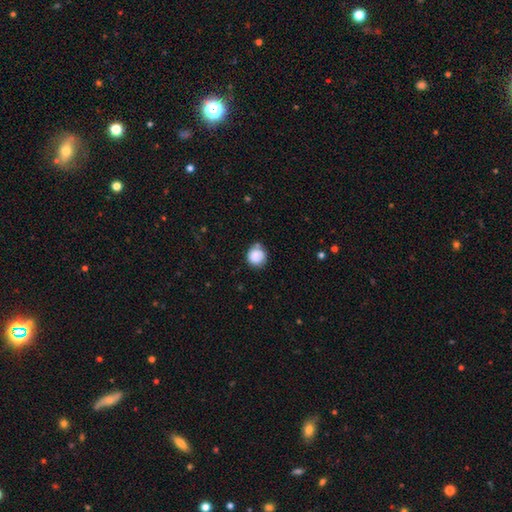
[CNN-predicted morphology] smooth 81%, featured or disk 10%, star or artifact 9%. Down the decision tree: how rounded — round (90%); merging — none (68%).